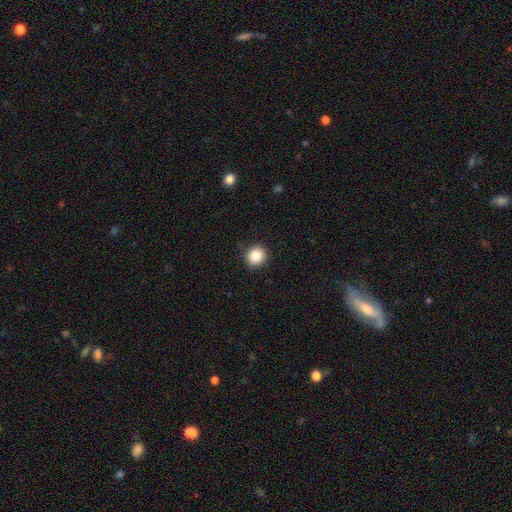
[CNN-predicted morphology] smooth 86%, star or artifact 10%, featured or disk 4%. Down the decision tree: how rounded — round (89%); merging — none (88%).